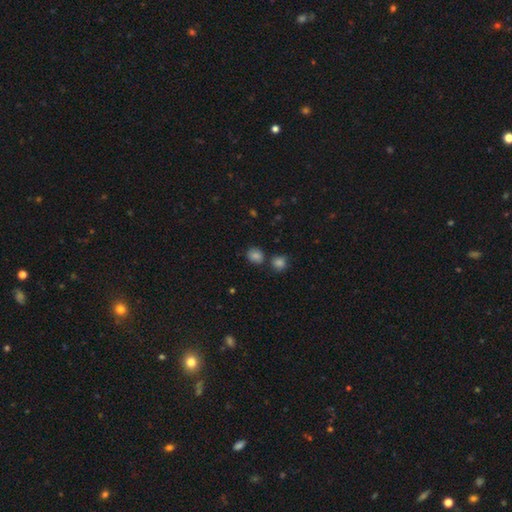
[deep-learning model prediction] Smooth or featured? Predicted: smooth (p=0.74). How rounded? Predicted: round (p=0.75). Merging? Predicted: none (p=0.71).